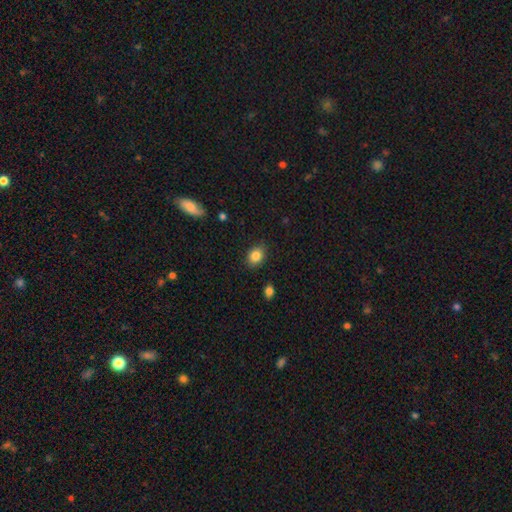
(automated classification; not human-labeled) This is clearly a smooth galaxy (85%). How rounded: possibly in between (59%). Merging: clearly none (87%).